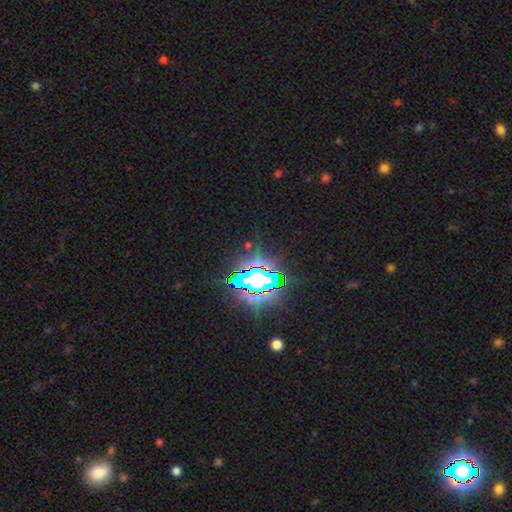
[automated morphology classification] smooth_or_featured: star or artifact (p=0.78) [alt: smooth p=0.12]